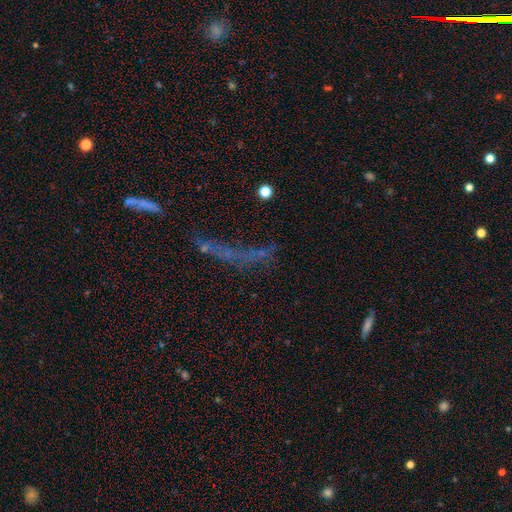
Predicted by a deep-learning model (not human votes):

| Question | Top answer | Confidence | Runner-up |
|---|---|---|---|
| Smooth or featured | star or artifact | 42% | smooth (32%) |